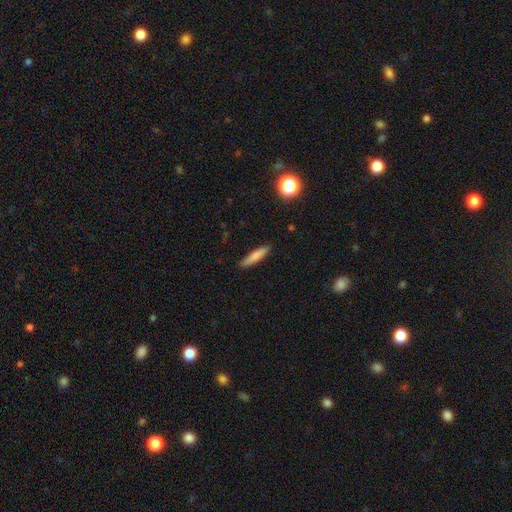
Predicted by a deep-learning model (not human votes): smooth 76%, featured or disk 17%, star or artifact 7%. Down the decision tree: how rounded — cigar-shaped (87%); merging — none (87%).